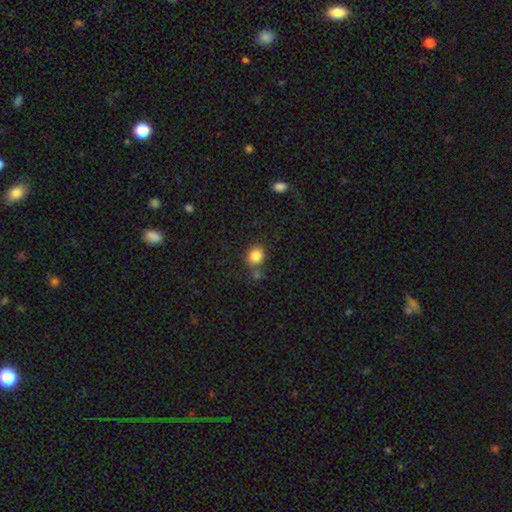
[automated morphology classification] This appears to be a smooth galaxy with no disk features (84%) that is round (71%). Merging: none (71%).